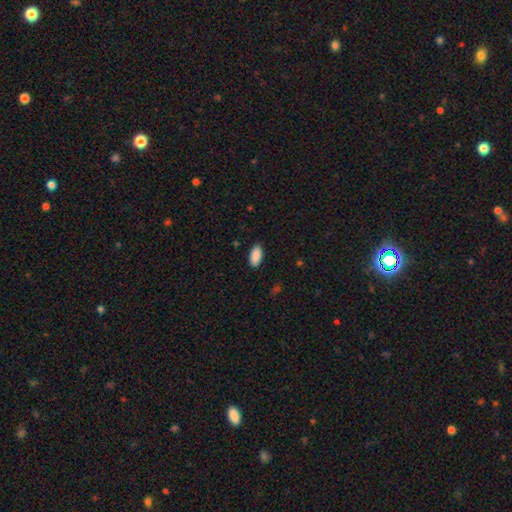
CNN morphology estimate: Overall: smooth (90%). How rounded: in between (92%). Merging: none (88%).